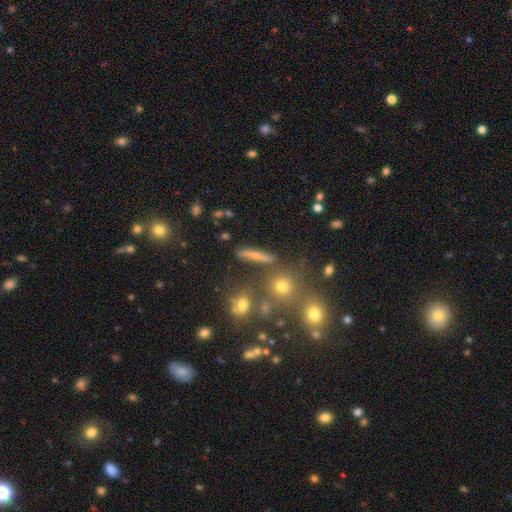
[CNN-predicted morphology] This appears to be a smooth galaxy with no disk features (59%) that is cigar-shaped (67%). Merging: none (78%).